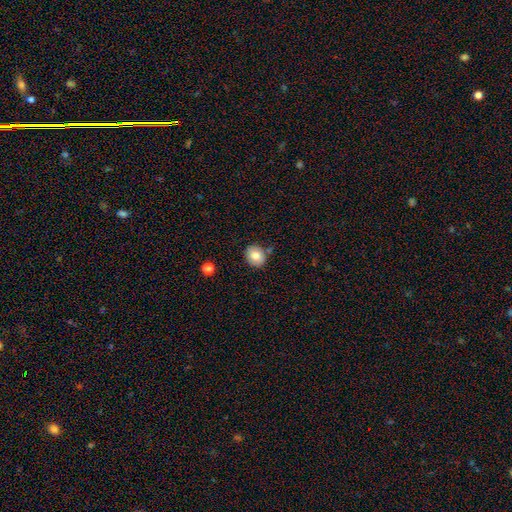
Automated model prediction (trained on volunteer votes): smooth_or_featured: smooth (p=0.80) [alt: featured or disk p=0.12]
how_rounded: round (p=0.67) [alt: in between p=0.32]
merging: none (p=0.80) [alt: minor disturbance p=0.12]